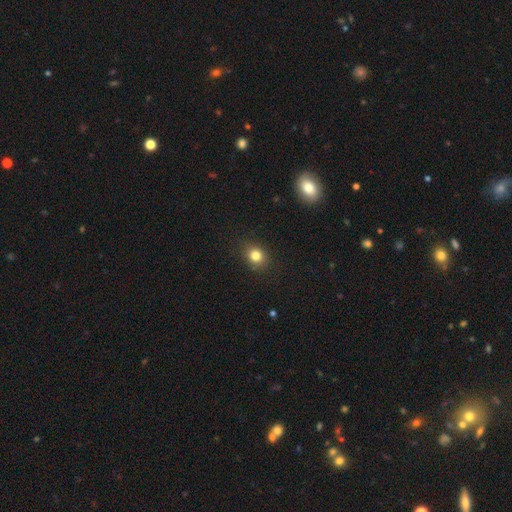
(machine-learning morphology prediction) Smooth or featured?
  - smooth: 82% *
  - star or artifact: 12%
  - featured or disk: 6%
How rounded?
  - round: 68% *
  - in between: 31%
  - cigar-shaped: 1%
Merging?
  - none: 87% *
  - minor disturbance: 9%
  - major disturbance: 3%
  - merger: 1%